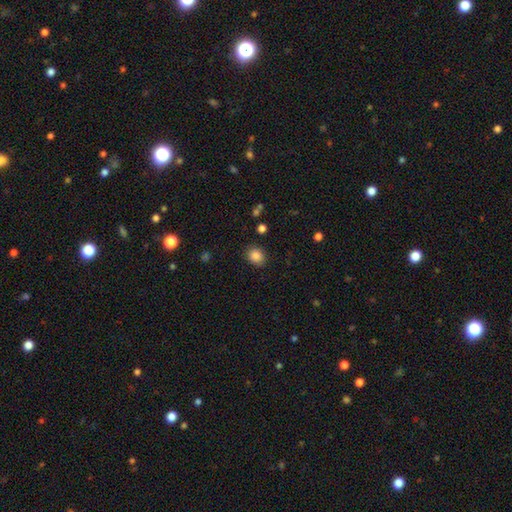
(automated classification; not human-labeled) smooth 86%, star or artifact 10%, featured or disk 4%. Down the decision tree: how rounded — round (59%); merging — none (86%).